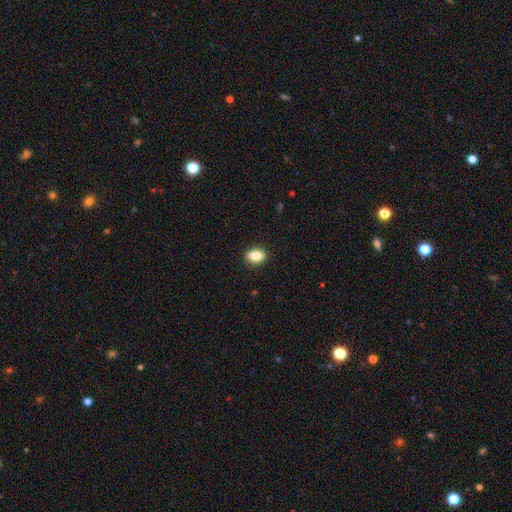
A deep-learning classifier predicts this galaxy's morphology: Smooth or featured? smooth (83%)
How rounded? in between (81%)
Merging? none (90%)